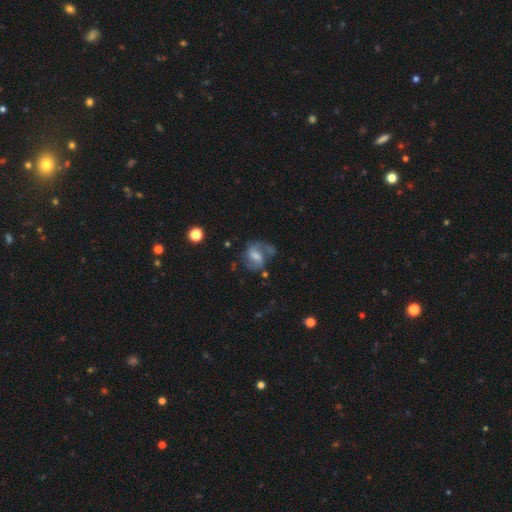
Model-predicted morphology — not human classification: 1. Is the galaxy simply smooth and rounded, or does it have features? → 65% featured or disk, 26% smooth, 9% star or artifact.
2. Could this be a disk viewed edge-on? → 97% no, 3% yes.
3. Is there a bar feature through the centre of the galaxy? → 49% weak, 29% strong, 22% no.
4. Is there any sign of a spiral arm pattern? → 87% yes, 13% no.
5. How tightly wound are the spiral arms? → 49% medium, 35% loose, 16% tight.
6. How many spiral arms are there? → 80% 2, 9% 1, 8% can't tell, 1% 3, 1% 4, 1% more than 4.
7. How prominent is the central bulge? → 39% moderate, 26% small, 18% large, 16% none, 2% dominant.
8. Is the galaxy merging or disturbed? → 51% none, 21% minor disturbance, 19% major disturbance, 8% merger.